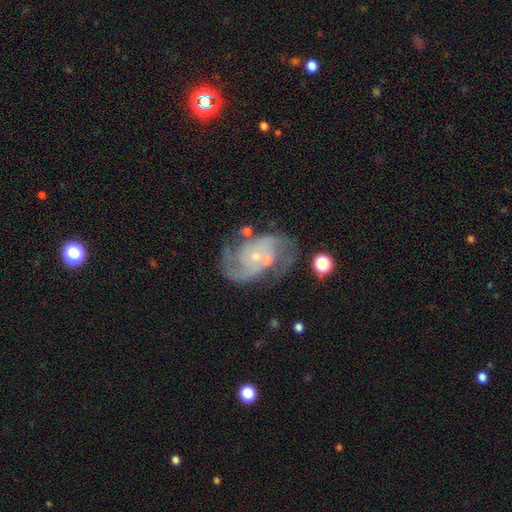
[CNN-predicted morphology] Smooth or featured?
  - featured or disk: 86% *
  - smooth: 7%
  - star or artifact: 7%
Edge-on disk?
  - no: 98% *
  - yes: 2%
Bar?
  - no: 67% *
  - weak: 27%
  - strong: 5%
Spiral arms?
  - yes: 95% *
  - no: 5%
Spiral winding?
  - medium: 51% *
  - tight: 27%
  - loose: 22%
Spiral arm count?
  - 2: 80% *
  - can't tell: 8%
  - 3: 5%
  - 1: 3%
  - 4: 2%
  - more than 4: 2%
Bulge size?
  - small: 74% *
  - moderate: 19%
  - none: 4%
  - large: 1%
  - dominant: 1%
Merging?
  - none: 56% *
  - minor disturbance: 18%
  - merger: 14%
  - major disturbance: 13%